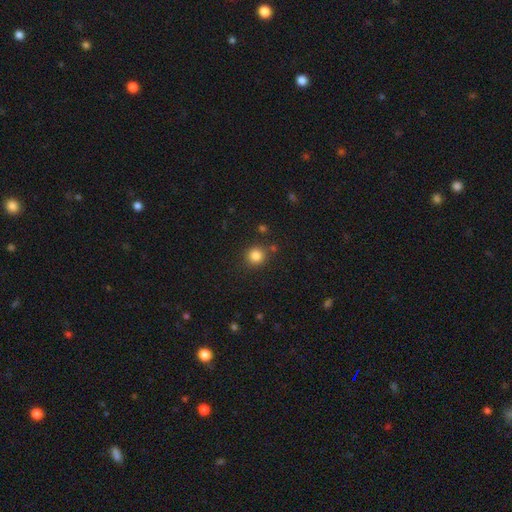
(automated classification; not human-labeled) Smooth or featured?
  - smooth: 84% *
  - star or artifact: 12%
  - featured or disk: 5%
How rounded?
  - round: 91% *
  - in between: 8%
  - cigar-shaped: 1%
Merging?
  - none: 85% *
  - minor disturbance: 8%
  - merger: 4%
  - major disturbance: 3%